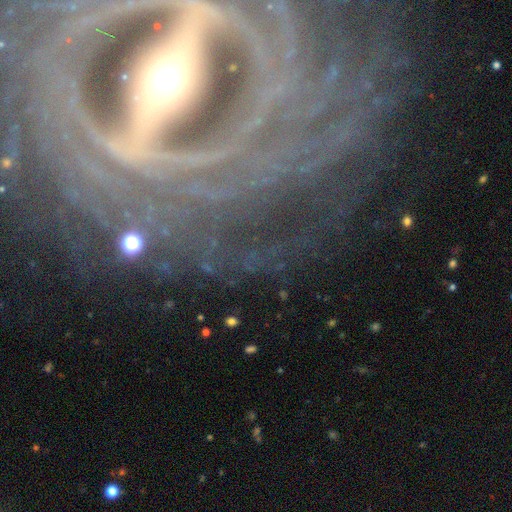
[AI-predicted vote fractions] featured or disk 75%, star or artifact 15%, smooth 10%. Down the decision tree: edge-on disk — no (87%); bar — strong (57%); spiral arms — yes (85%); spiral arm count — can't tell (27%); spiral winding — tight (66%); bulge size — moderate (41%, tied with small); merging — none (72%).